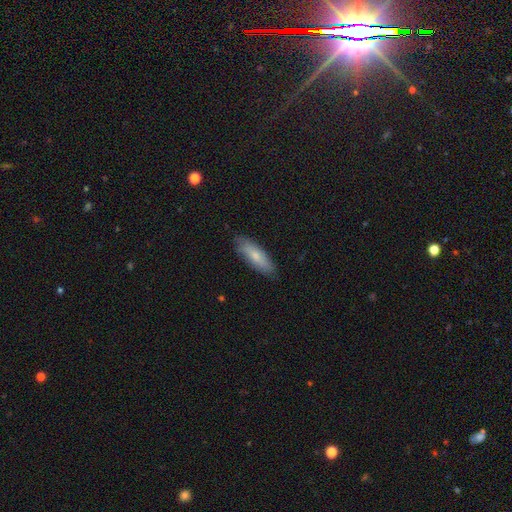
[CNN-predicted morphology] Q: Smooth or featured?
A: smooth (74%); runner-up: featured or disk (20%)
Q: How rounded?
A: in between (51%); runner-up: cigar-shaped (47%)
Q: Merging?
A: none (83%); runner-up: minor disturbance (14%)